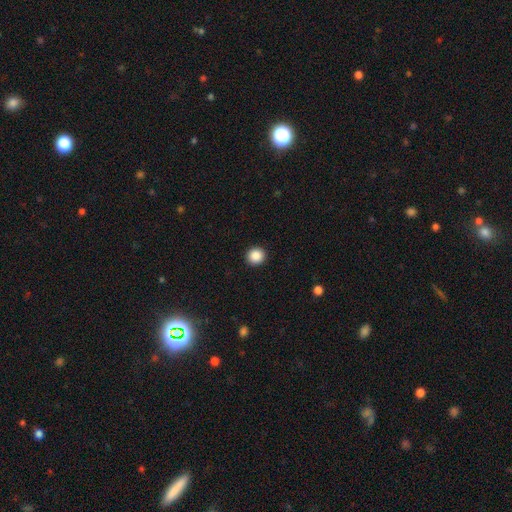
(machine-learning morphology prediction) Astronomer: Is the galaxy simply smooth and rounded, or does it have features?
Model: smooth — 88%.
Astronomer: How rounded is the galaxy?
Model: round — 92%.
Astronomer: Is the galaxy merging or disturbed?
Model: none — 93%.